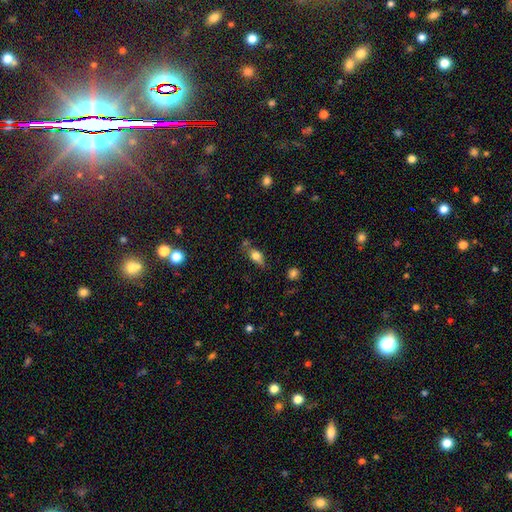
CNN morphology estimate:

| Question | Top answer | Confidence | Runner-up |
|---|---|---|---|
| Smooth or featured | smooth | 74% | featured or disk (16%) |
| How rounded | in between | 77% | round (14%) |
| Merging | none | 59% | minor disturbance (23%) |